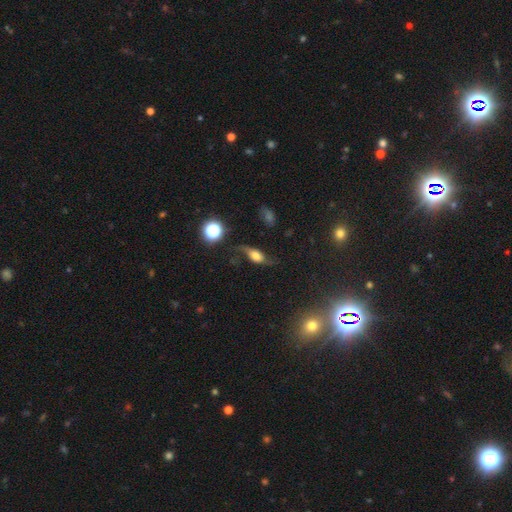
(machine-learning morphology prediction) type=featured or disk (52%); edge-on=no (78%); merging=none (53%).